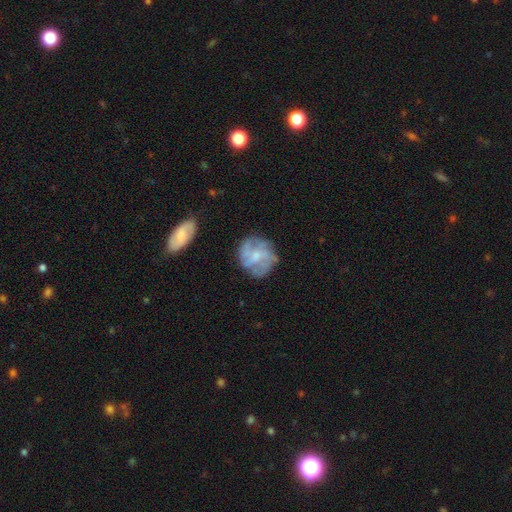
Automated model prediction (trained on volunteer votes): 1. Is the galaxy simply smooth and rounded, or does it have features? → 62% featured or disk, 30% smooth, 8% star or artifact.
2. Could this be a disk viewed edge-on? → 97% no, 3% yes.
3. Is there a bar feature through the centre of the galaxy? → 61% no, 34% weak, 5% strong.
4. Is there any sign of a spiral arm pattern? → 71% yes, 29% no.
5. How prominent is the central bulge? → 41% small, 40% moderate, 14% none, 3% large, 1% dominant.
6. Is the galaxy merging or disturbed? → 70% none, 18% minor disturbance, 9% major disturbance, 3% merger.